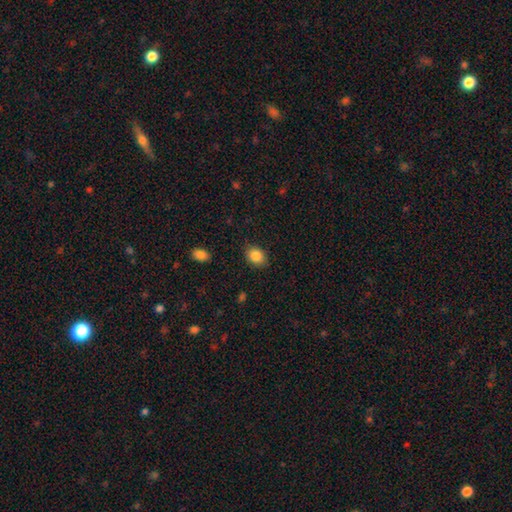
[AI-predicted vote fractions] Smooth or featured? smooth (86%)
How rounded? in between (64%)
Merging? none (86%)